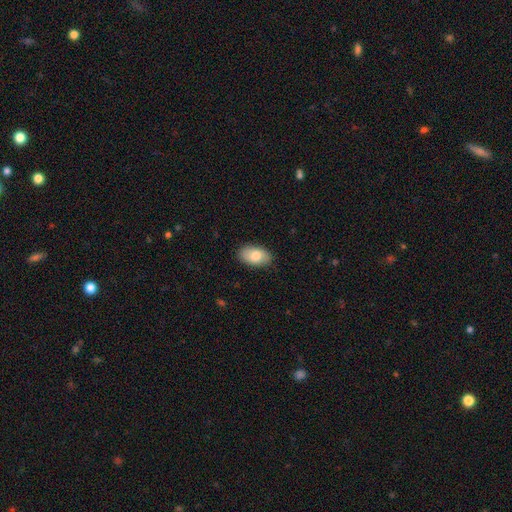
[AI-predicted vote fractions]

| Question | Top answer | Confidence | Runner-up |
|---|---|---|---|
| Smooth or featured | smooth | 80% | featured or disk (14%) |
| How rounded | in between | 93% | round (5%) |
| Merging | none | 87% | minor disturbance (10%) |